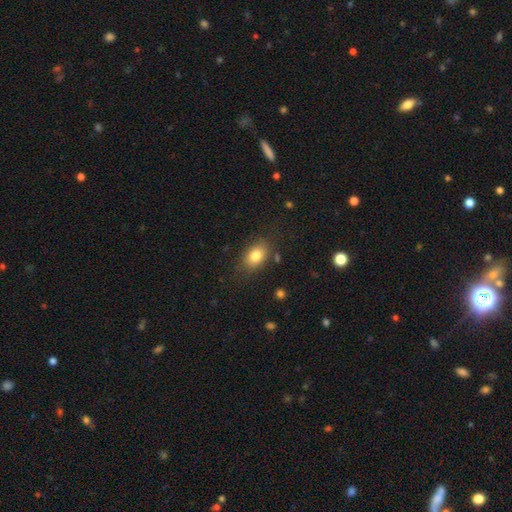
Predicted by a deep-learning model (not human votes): A smooth galaxy with no disk features (82%) that is in between round and cigar-shaped (83%). Merging: none (82%).